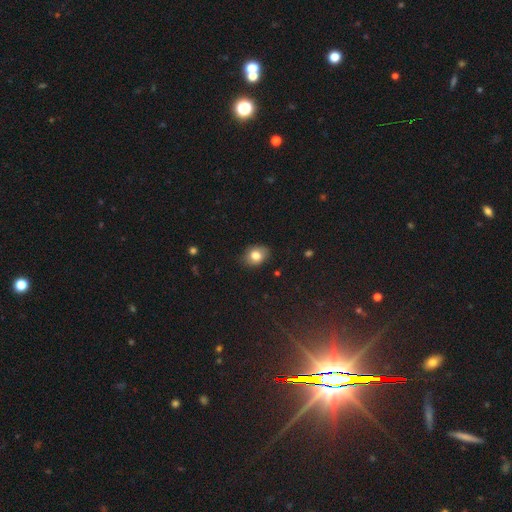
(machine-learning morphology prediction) smooth-or-featured: smooth: 80% | featured or disk: 11% | star or artifact: 9%
  how-rounded: in between: 58% | round: 41% | cigar-shaped: 1%
  merging: none: 80% | minor disturbance: 16% | major disturbance: 3% | merger: 1%